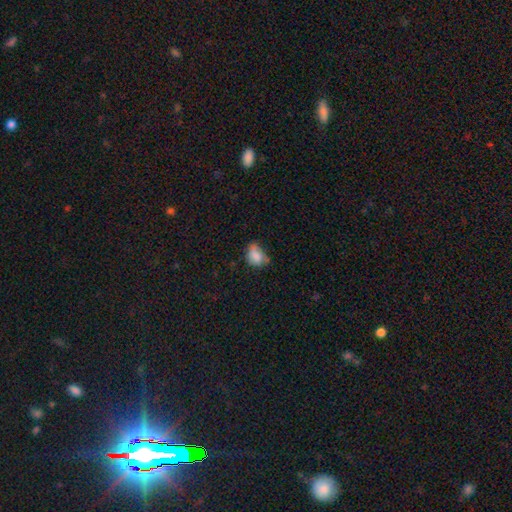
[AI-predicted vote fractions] This appears to be a smooth galaxy with no disk features (78%) that is in between round and cigar-shaped (71%). Merging: minor disturbance (40%).